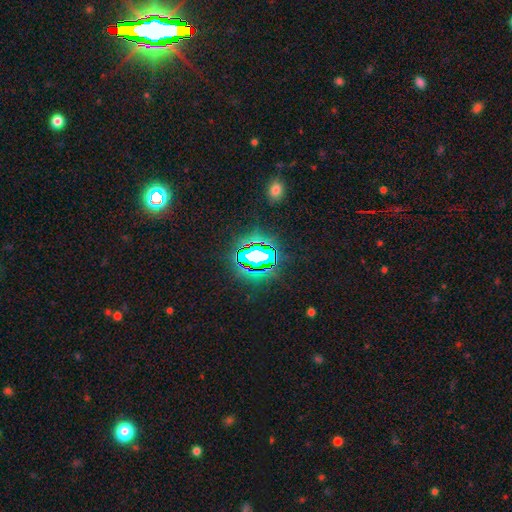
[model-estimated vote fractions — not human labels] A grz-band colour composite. It shows a star or artifact, not a galaxy (74%).